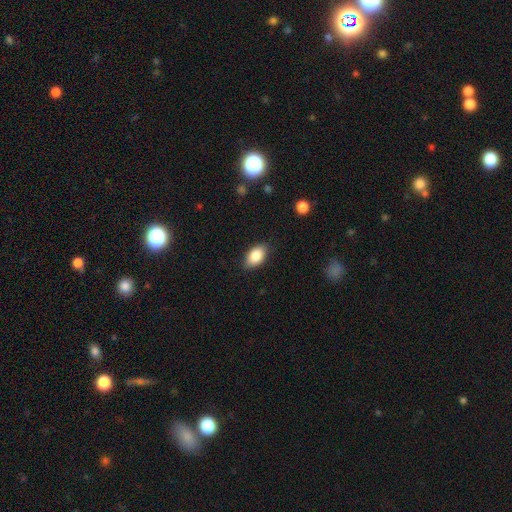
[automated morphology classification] Smooth or featured? Predicted: smooth (p=0.86). How rounded? Predicted: in between (p=0.91). Merging? Predicted: none (p=0.84).